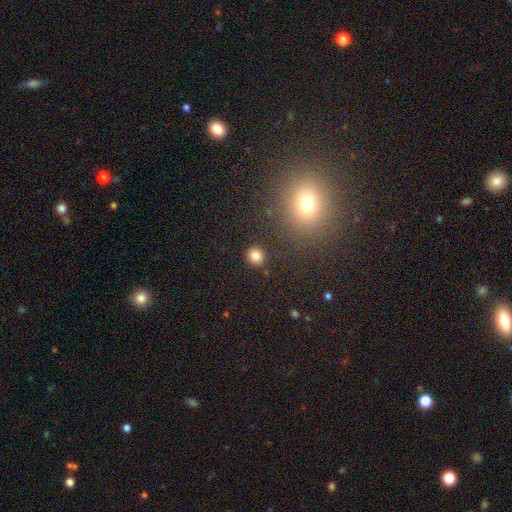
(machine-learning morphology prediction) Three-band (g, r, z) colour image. It shows a smooth galaxy with no disk features (82%) that is round (91%). Merging: none (89%).